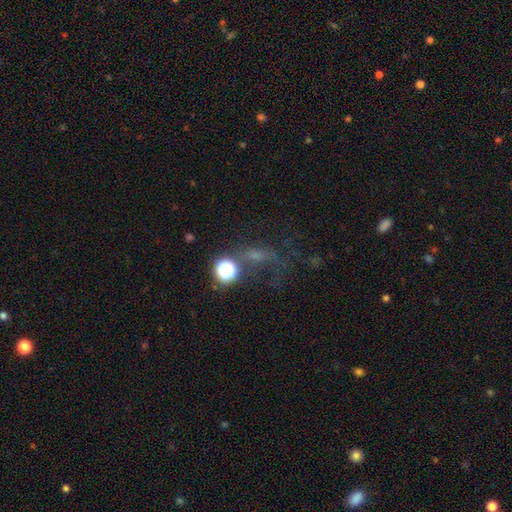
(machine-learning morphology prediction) Smooth or featured?
  - star or artifact: 46% *
  - smooth: 32%
  - featured or disk: 21%